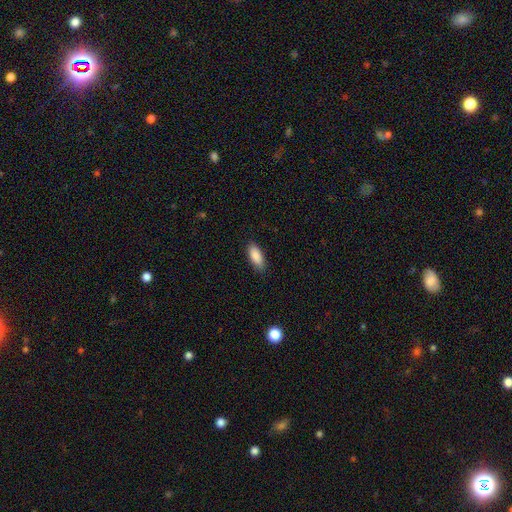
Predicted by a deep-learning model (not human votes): Smooth or featured? Predicted: smooth (p=0.89). How rounded? Predicted: in between (p=0.80). Merging? Predicted: none (p=0.86).